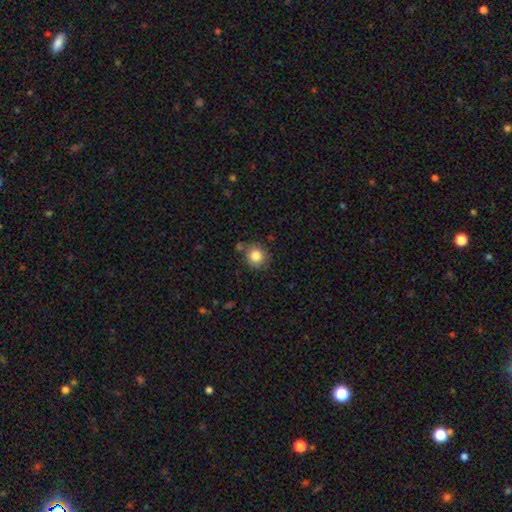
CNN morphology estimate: Smooth or featured? smooth (84%)
How rounded? round (85%)
Merging? none (76%)